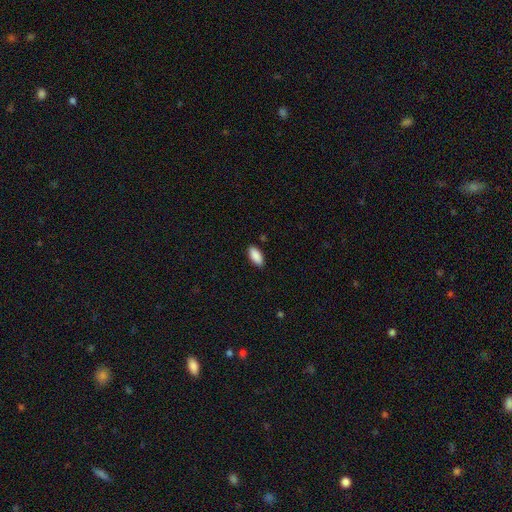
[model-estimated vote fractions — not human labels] A smooth galaxy with no disk features (90%) that is in between round and cigar-shaped (89%).

Vote fractions:
- Smooth or featured? smooth: 90% / star or artifact: 6% / featured or disk: 4%
- How rounded? in between: 89% / cigar-shaped: 9% / round: 2%
- Merging? none: 89% / minor disturbance: 8% / major disturbance: 2% / merger: 1%